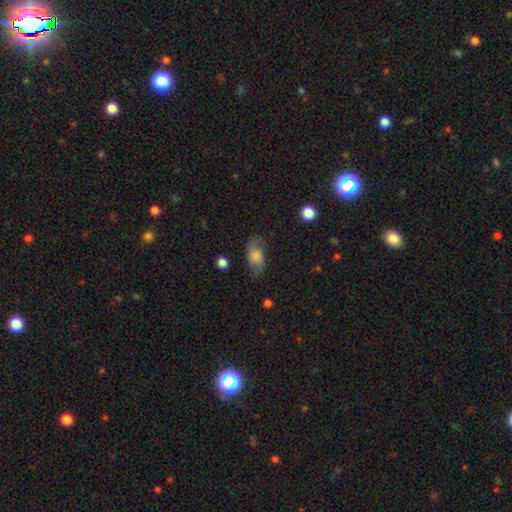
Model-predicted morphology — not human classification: Q: Smooth or featured?
A: smooth (50%); runner-up: featured or disk (40%)
Q: Merging?
A: none (68%); runner-up: minor disturbance (22%)